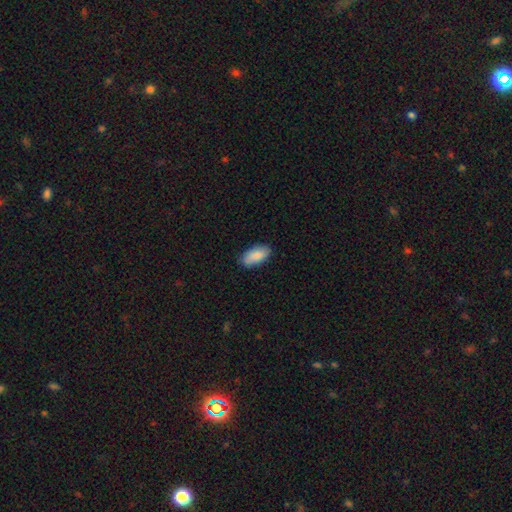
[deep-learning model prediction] smooth_or_featured: smooth (p=0.88) [alt: featured or disk p=0.06]
how_rounded: in between (p=0.92) [alt: cigar-shaped p=0.06]
merging: none (p=0.84) [alt: minor disturbance p=0.12]